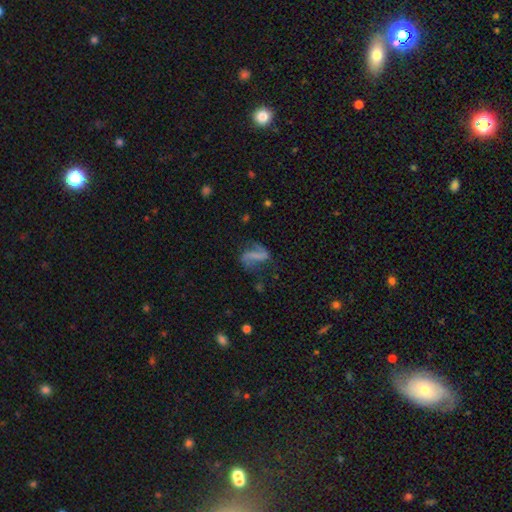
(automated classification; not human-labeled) This appears to be a featured or disk galaxy (71%) with a strong bar (45%), 2 (87%) loose (71%) spiral arms (85%) and no central bulge (69%). Merging: none (58%).